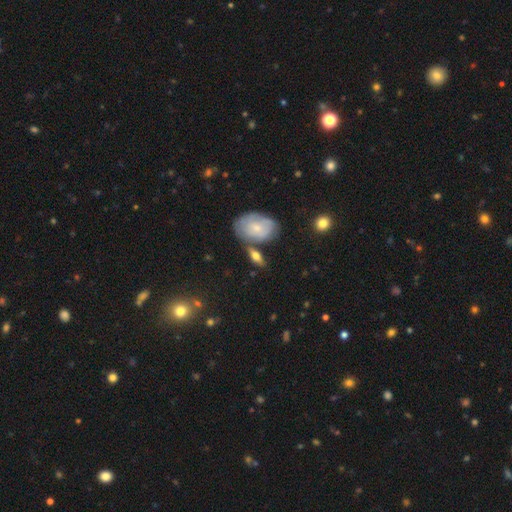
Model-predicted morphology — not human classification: The model was most divided on "smooth or featured": smooth: 61%, featured or disk: 31%, star or artifact: 8%. More confident: how rounded — in between (76%); merging — none (65%).